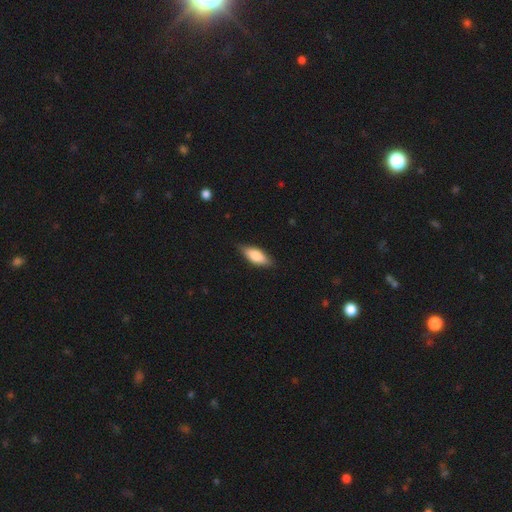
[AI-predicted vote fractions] Smooth or featured? Predicted: smooth (p=0.74). How rounded? Predicted: in between (p=0.74). Merging? Predicted: none (p=0.83).